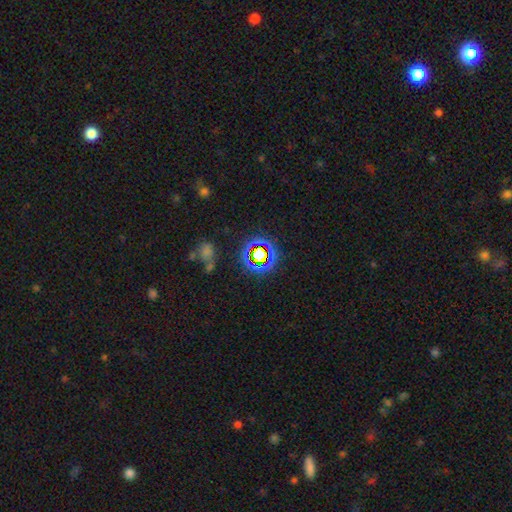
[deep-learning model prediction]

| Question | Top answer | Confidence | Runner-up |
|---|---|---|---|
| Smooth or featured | star or artifact | 66% | smooth (23%) |